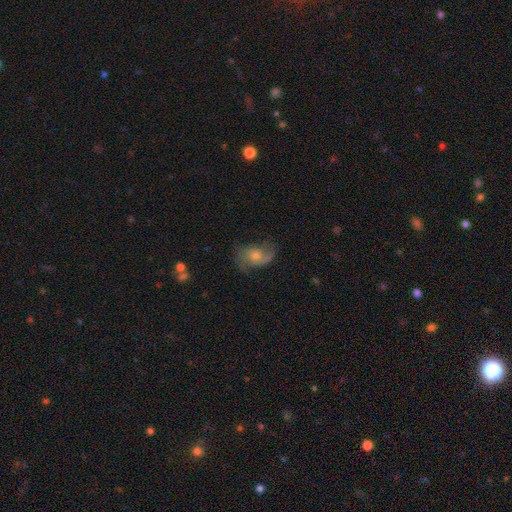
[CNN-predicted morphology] Smooth or featured? featured or disk (61%)
Edge-on disk? no (96%)
Bar? no (73%)
Spiral arms? yes (85%)
Spiral winding? loose (42%)
Spiral arm count? 2 (68%)
Bulge size? moderate (53%)
Merging? none (60%)